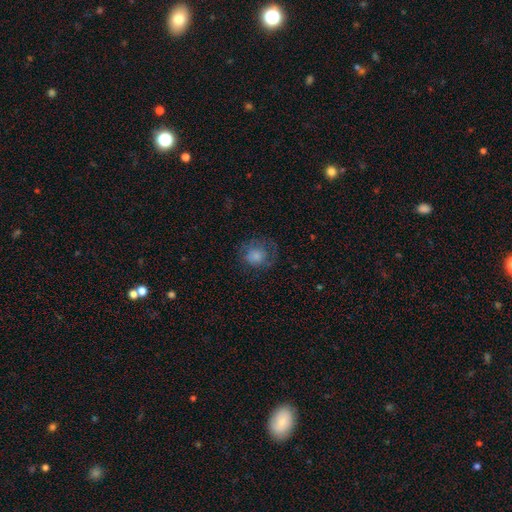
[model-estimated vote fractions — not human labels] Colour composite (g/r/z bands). It shows a smooth galaxy with no disk features (68%) that is round (80%). Merging: none (60%).